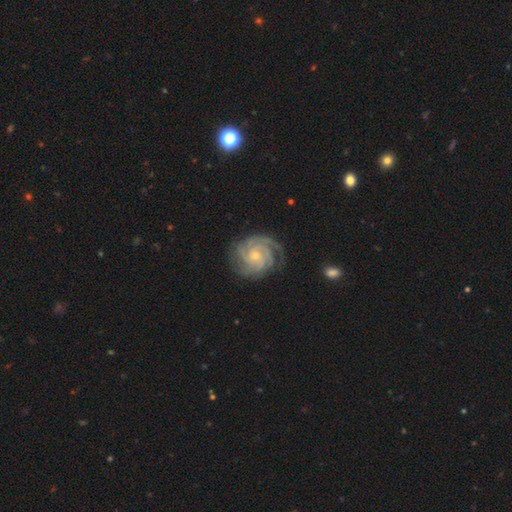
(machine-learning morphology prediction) A featured or disk galaxy (90%) with no bar (70%), 4 (30%, tied with 3) tight (73%) spiral arms (98%) and a small central bulge (70%). Merging: none (77%).